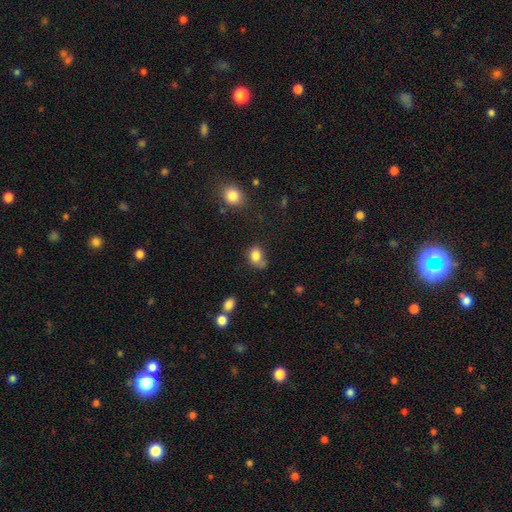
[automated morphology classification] smooth 82%, star or artifact 11%, featured or disk 8%. Down the decision tree: how rounded — in between (56%); merging — none (48%).